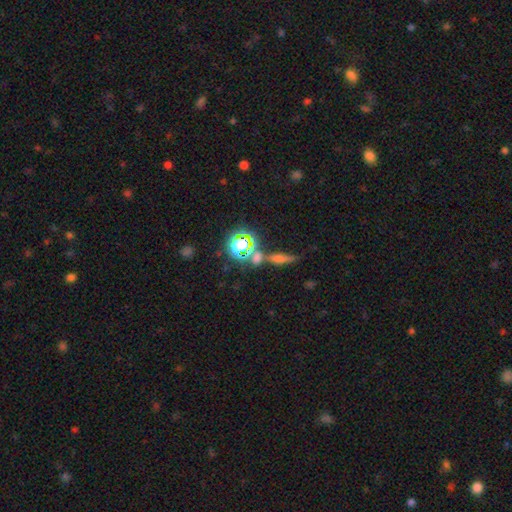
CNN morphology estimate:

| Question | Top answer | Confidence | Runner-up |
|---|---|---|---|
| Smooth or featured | star or artifact | 44% | smooth (30%) |